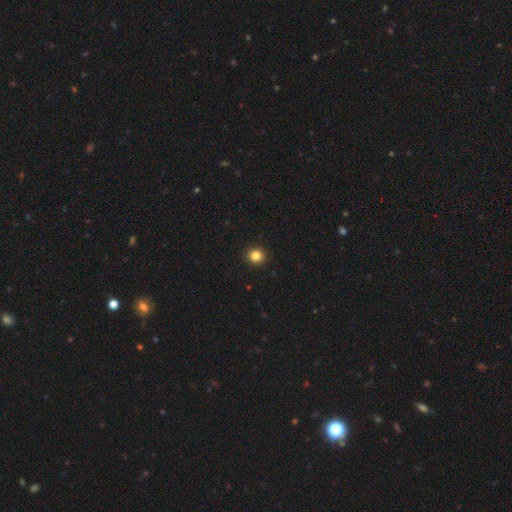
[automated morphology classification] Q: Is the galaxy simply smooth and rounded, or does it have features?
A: smooth — 83%.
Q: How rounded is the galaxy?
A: round — 93%.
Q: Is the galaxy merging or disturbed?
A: none — 94%.